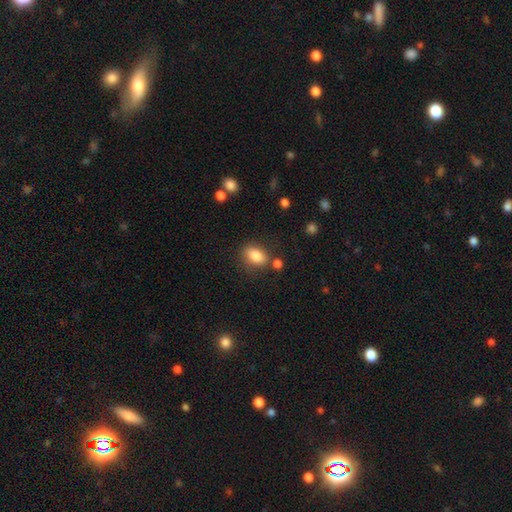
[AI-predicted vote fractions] The model was most divided on "merging": none: 72%, minor disturbance: 15%, merger: 9%, major disturbance: 5%. More confident: smooth or featured — smooth (85%); how rounded — in between (83%).